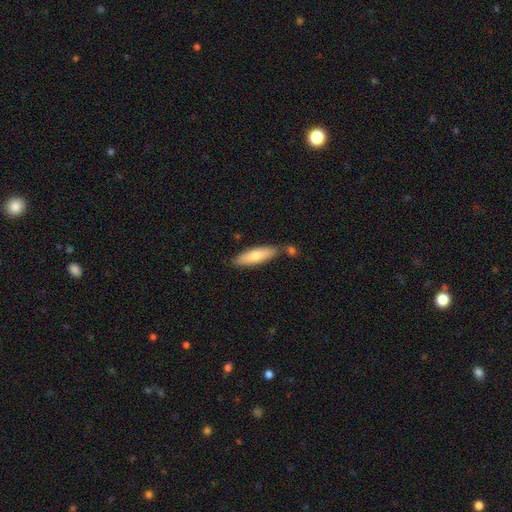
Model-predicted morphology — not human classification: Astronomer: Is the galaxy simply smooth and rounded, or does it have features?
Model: smooth — 73%.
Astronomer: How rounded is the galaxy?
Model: cigar-shaped — 64%.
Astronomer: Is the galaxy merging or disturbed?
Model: none — 76%.